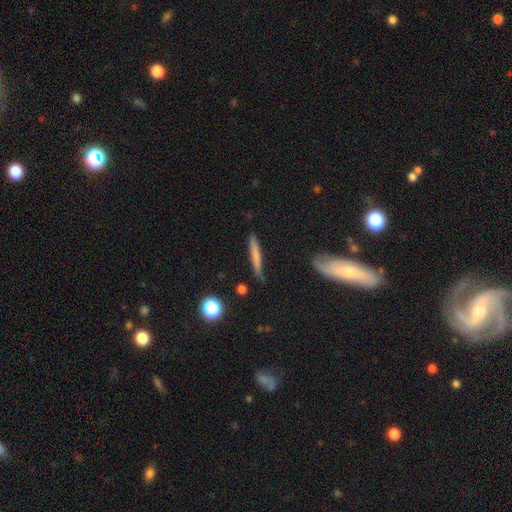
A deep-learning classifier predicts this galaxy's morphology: This is likely a smooth galaxy (64%). How rounded: clearly cigar-shaped (94%). Merging: clearly none (84%).